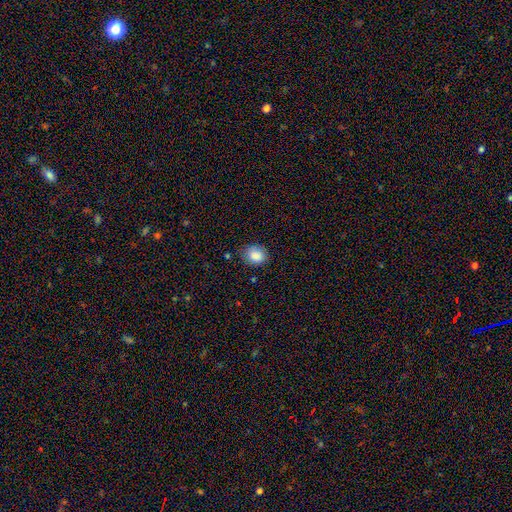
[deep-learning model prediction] Morphology: type=smooth (87%); roundness=round (51%); merging=none (78%).